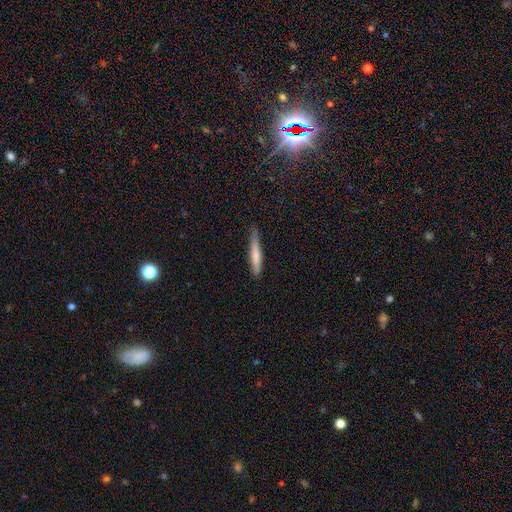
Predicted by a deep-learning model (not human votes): This appears to be a smooth galaxy with no disk features (72%) that is cigar-shaped (93%). Merging: none (73%).